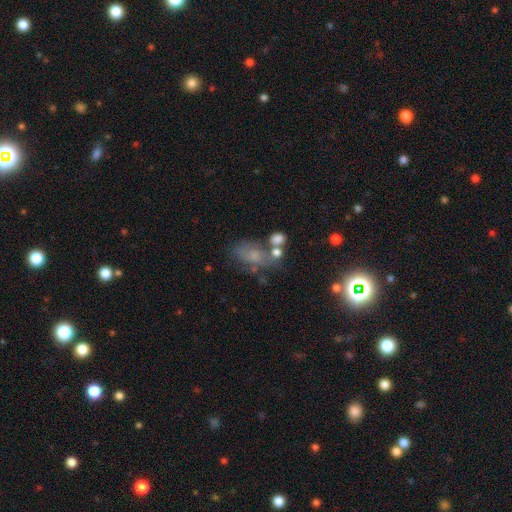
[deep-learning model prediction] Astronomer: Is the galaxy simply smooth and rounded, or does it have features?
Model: smooth — 51%.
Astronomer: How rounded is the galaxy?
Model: in between — 77%.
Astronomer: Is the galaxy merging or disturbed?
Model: none — 40% (runner-up: merger, 22%).